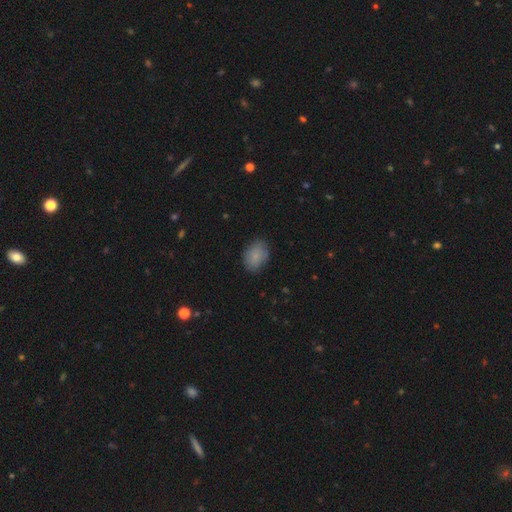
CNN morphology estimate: Smooth or featured? Predicted: smooth (p=0.84). How rounded? Predicted: in between (p=0.78). Merging? Predicted: none (p=0.81).